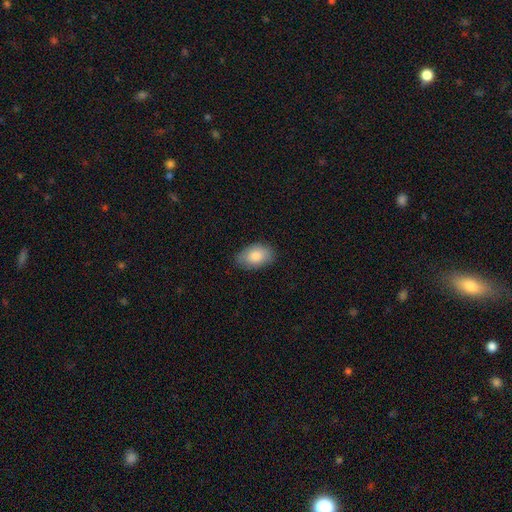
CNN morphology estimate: Smooth or featured: smooth — 84% (featured or disk — 10%)
How rounded: in between — 91% (round — 8%)
Merging: none — 81% (minor disturbance — 15%)